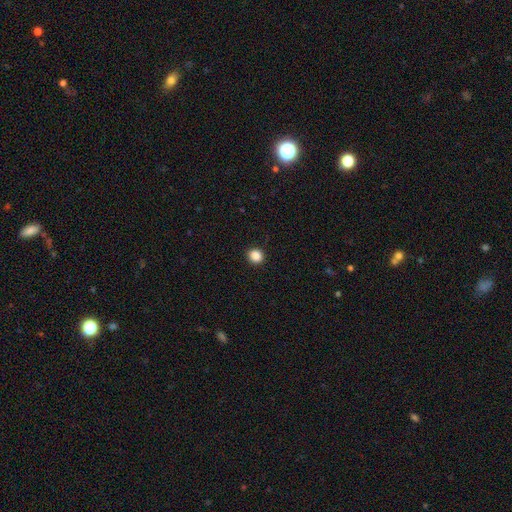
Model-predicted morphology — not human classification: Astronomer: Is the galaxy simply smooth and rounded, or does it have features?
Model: smooth — 87%.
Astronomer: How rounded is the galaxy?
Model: round — 88%.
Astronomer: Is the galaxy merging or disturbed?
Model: none — 92%.